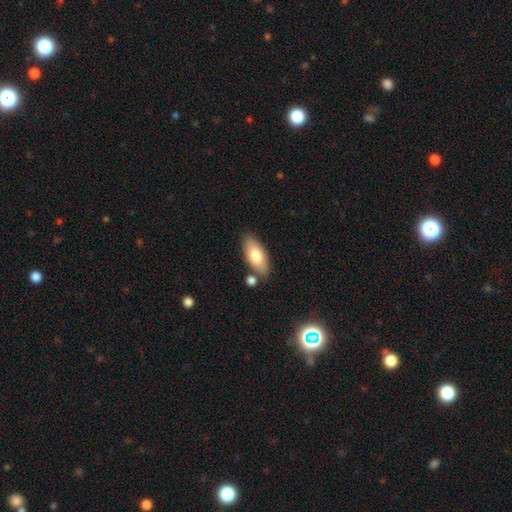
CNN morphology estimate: Smooth or featured? smooth (76%)
How rounded? in between (86%)
Merging? none (77%)